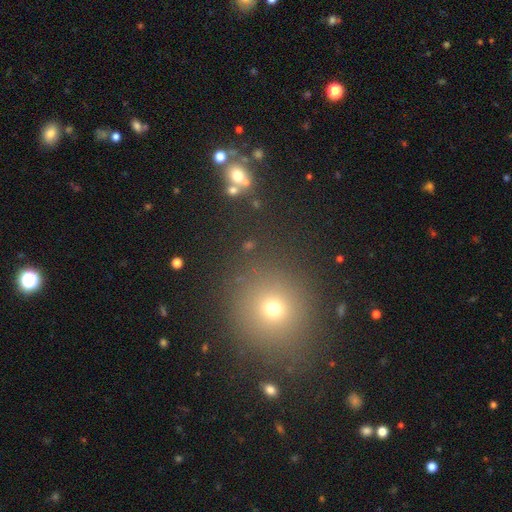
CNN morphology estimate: Smooth or featured: smooth — 55% (star or artifact — 38%)
How rounded: round — 85% (in between — 14%)
Merging: none — 88% (minor disturbance — 6%)